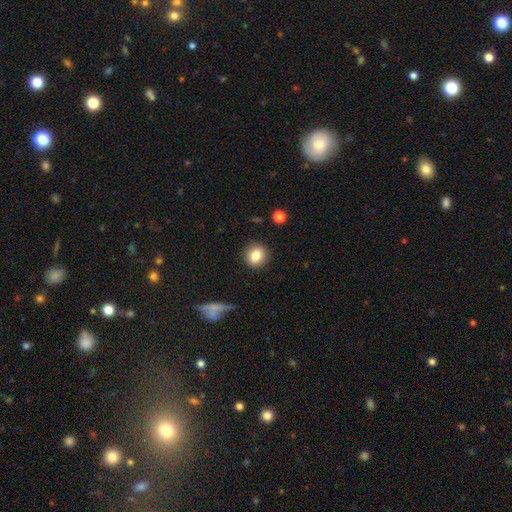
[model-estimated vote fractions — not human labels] A smooth galaxy with no disk features (82%) that is round (78%). Merging: none (89%).